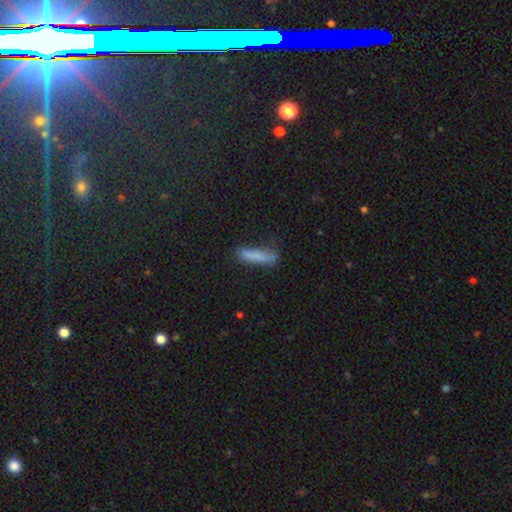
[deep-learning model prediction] smooth-or-featured: smooth: 79% | featured or disk: 12% | star or artifact: 9%
  how-rounded: cigar-shaped: 84% | in between: 15% | round: 2%
  merging: none: 61% | minor disturbance: 26% | major disturbance: 10% | merger: 3%